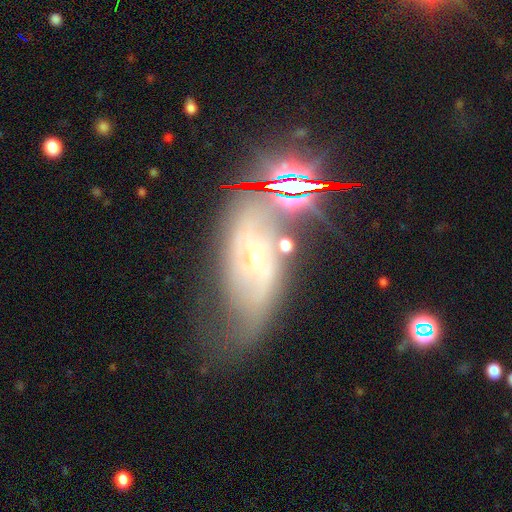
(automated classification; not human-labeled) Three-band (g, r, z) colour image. It shows a featured or disk galaxy (60%) with no bar (67%), spiral arms (69%) and a small central bulge (62%). Merging: none (44%).